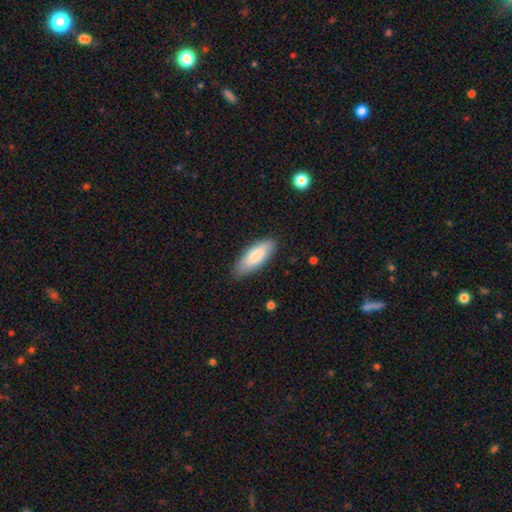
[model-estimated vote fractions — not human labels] smooth-or-featured: smooth: 81% | featured or disk: 14% | star or artifact: 5%
  how-rounded: in between: 71% | cigar-shaped: 27% | round: 2%
  merging: none: 84% | minor disturbance: 12% | major disturbance: 2% | merger: 1%